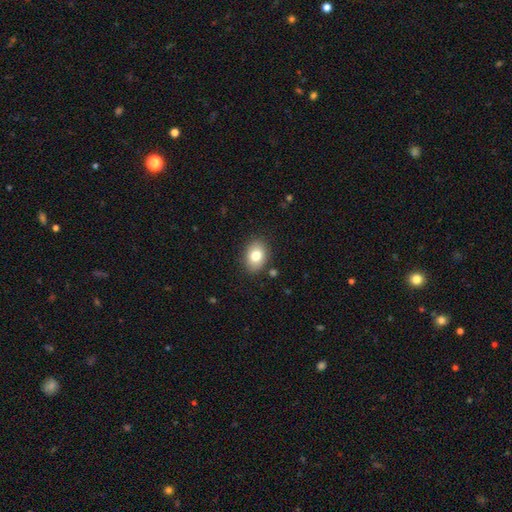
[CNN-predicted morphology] Overall: smooth (80%). How rounded: in between (73%). Merging: none (85%).